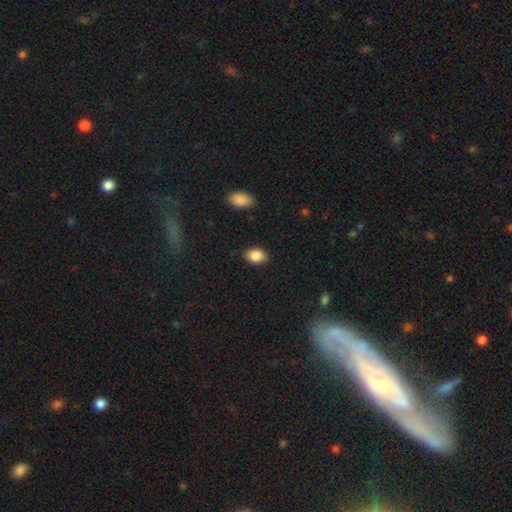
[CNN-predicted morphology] Overall: smooth (87%). How rounded: in between (73%). Merging: none (86%).